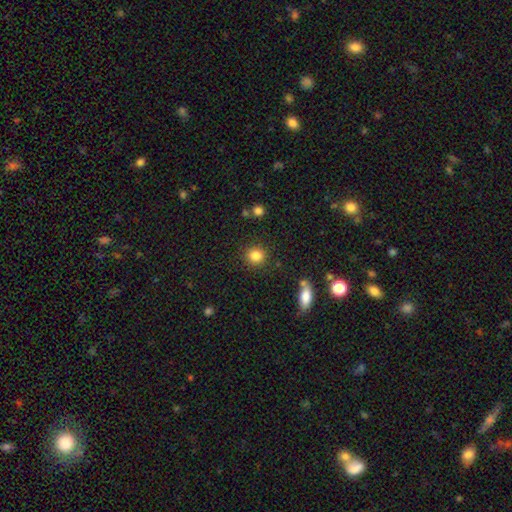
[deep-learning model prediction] smooth 85%, star or artifact 11%, featured or disk 5%. Down the decision tree: how rounded — round (86%); merging — none (88%).